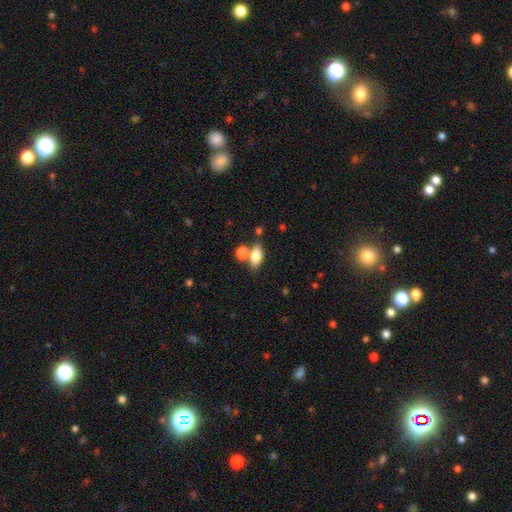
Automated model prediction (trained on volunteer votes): Overall: smooth (80%). How rounded: in between (81%). Merging: none (58%; merger 27%).